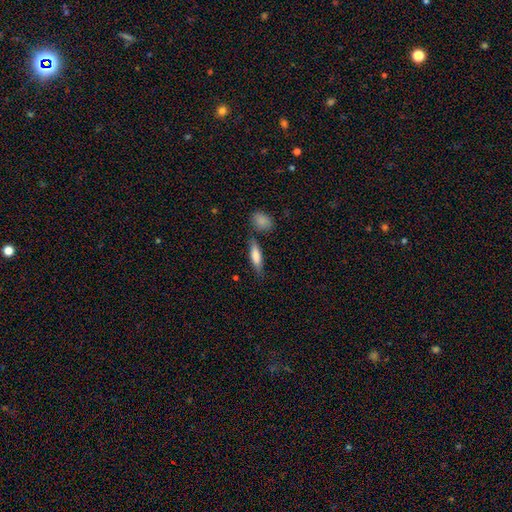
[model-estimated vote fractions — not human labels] Smooth or featured? smooth (75%)
How rounded? cigar-shaped (61%)
Merging? none (74%)